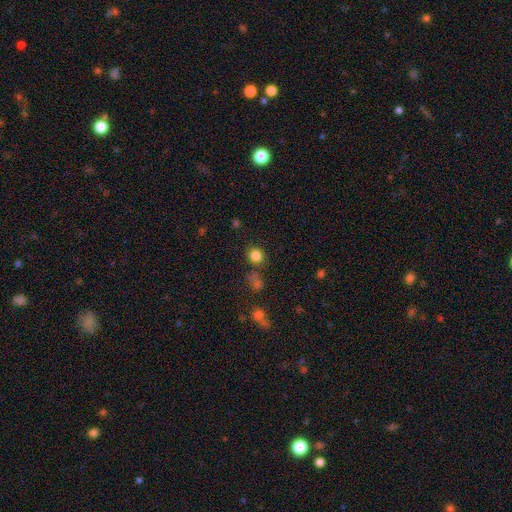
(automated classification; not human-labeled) This appears to be a smooth galaxy with no disk features (82%) that is round (85%). Merging: none (77%).